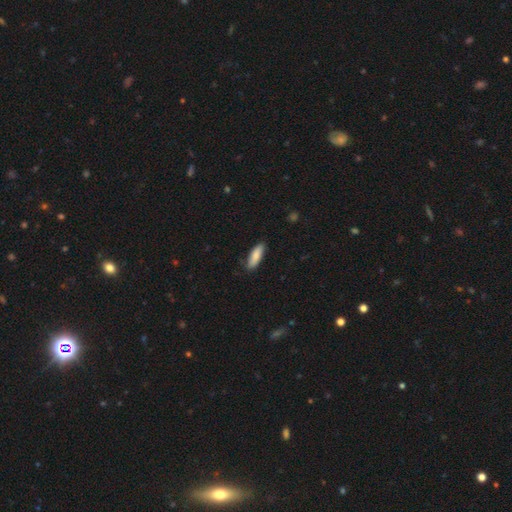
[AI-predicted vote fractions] This appears to be a smooth galaxy with no disk features (84%) that is in between round and cigar-shaped (52%). Merging: none (81%).